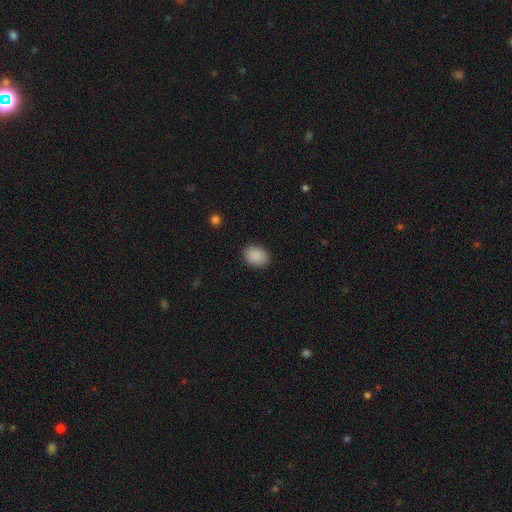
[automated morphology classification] Smooth or featured?
  - smooth: 89% *
  - star or artifact: 8%
  - featured or disk: 3%
How rounded?
  - in between: 69% *
  - round: 30%
  - cigar-shaped: 1%
Merging?
  - none: 88% *
  - minor disturbance: 8%
  - major disturbance: 2%
  - merger: 1%